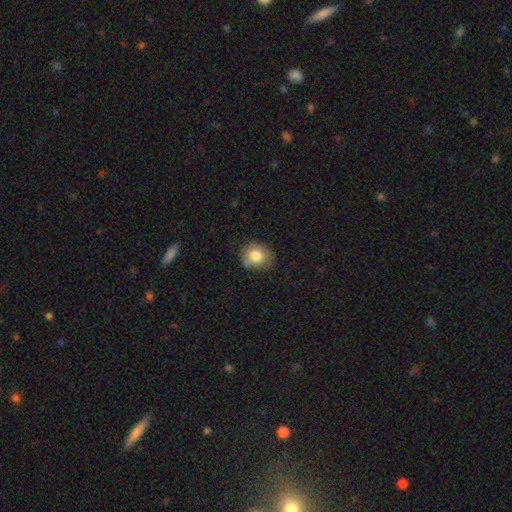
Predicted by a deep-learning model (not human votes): This is clearly a smooth galaxy (80%). How rounded: likely round (61%). Merging: likely none (72%).